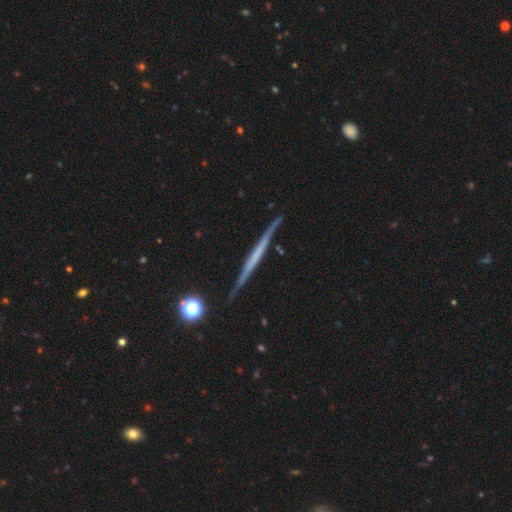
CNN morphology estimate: The model was most divided on "smooth or featured": featured or disk: 67%, smooth: 27%, star or artifact: 6%. More confident: edge-on disk — yes (98%); merging — none (89%); edge-on bulge — none (86%).